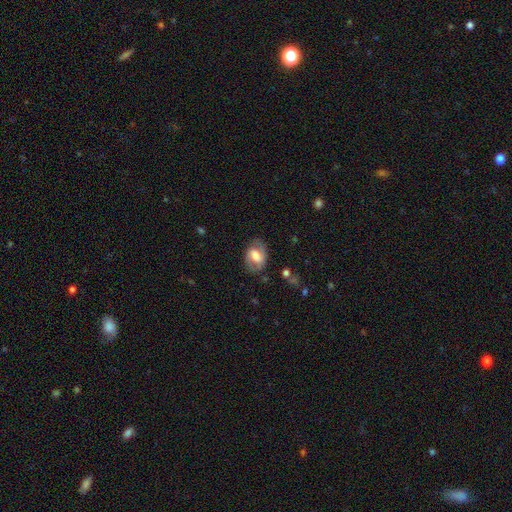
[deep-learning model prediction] Morphology: type=featured or disk (54%); edge-on=no (95%); bar=weak (45%); spiral arms=yes (71%); bulge=moderate (38%); merging=none (73%).